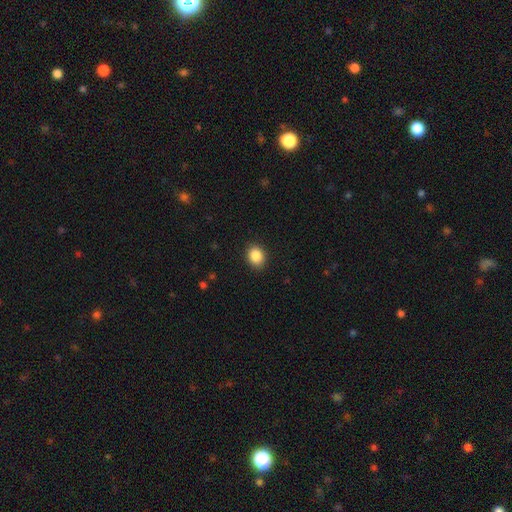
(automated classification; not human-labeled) Smooth or featured? smooth (88%)
How rounded? in between (50%)
Merging? none (88%)